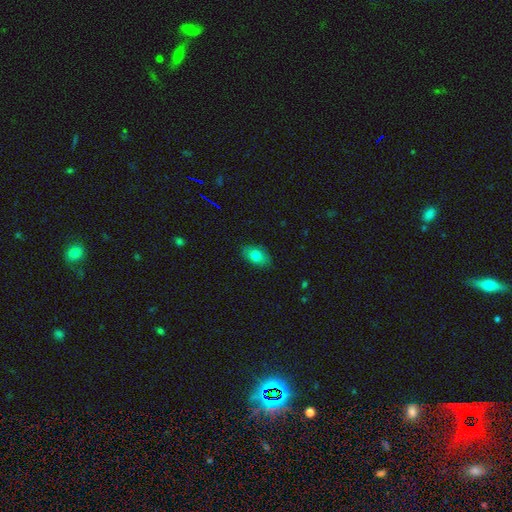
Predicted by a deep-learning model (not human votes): Q: Smooth or featured?
A: smooth (79%); runner-up: featured or disk (12%)
Q: How rounded?
A: in between (88%); runner-up: round (11%)
Q: Merging?
A: none (86%); runner-up: minor disturbance (11%)